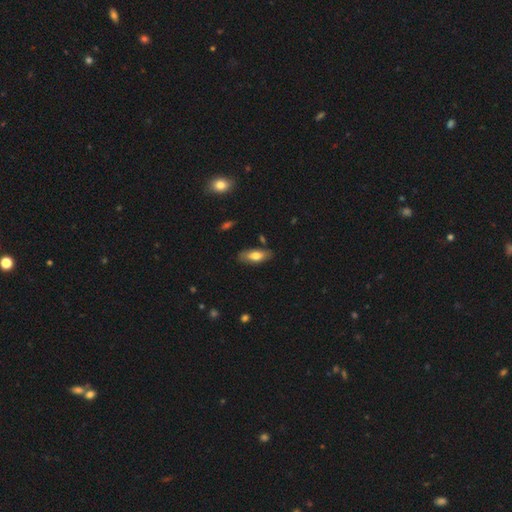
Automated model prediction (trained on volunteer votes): Morphology: type=smooth (71%); roundness=in between (80%); merging=none (80%).